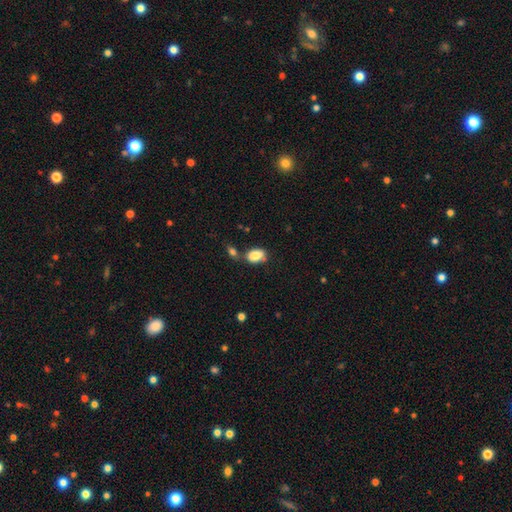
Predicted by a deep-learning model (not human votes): Smooth or featured?
  - smooth: 83% *
  - featured or disk: 8%
  - star or artifact: 8%
How rounded?
  - in between: 85% *
  - round: 13%
  - cigar-shaped: 2%
Merging?
  - none: 55% *
  - merger: 22%
  - minor disturbance: 18%
  - major disturbance: 5%